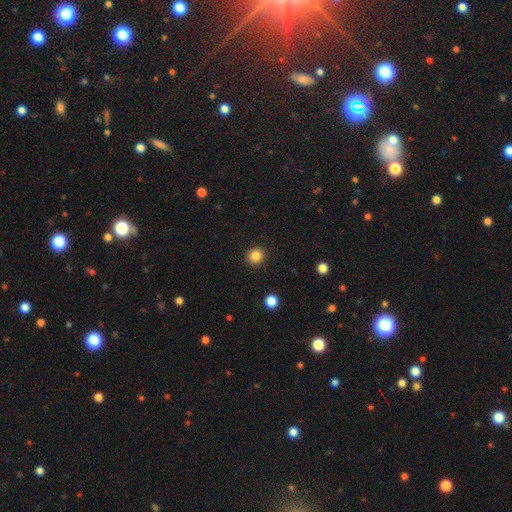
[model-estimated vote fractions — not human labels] Smooth or featured?
  - smooth: 85% *
  - star or artifact: 11%
  - featured or disk: 4%
How rounded?
  - round: 90% *
  - in between: 10%
  - cigar-shaped: 1%
Merging?
  - none: 92% *
  - minor disturbance: 5%
  - major disturbance: 2%
  - merger: 1%